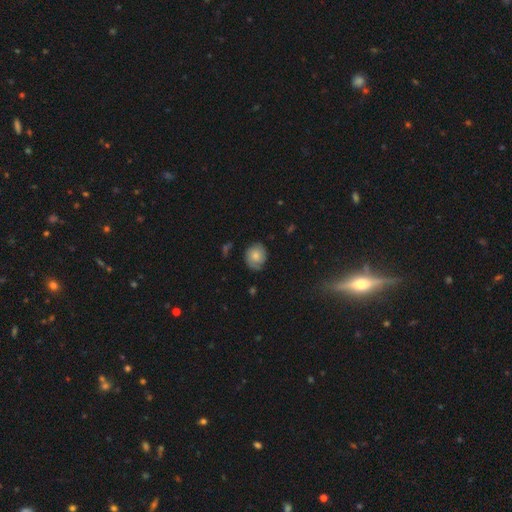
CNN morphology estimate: The model was most divided on "smooth or featured": smooth: 62%, featured or disk: 30%, star or artifact: 8%. More confident: how rounded — round (75%); merging — none (70%).